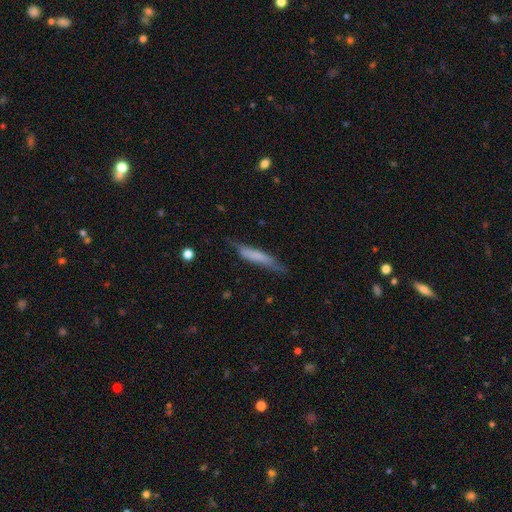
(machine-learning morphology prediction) Smooth or featured? smooth (64%)
How rounded? cigar-shaped (89%)
Merging? none (63%)